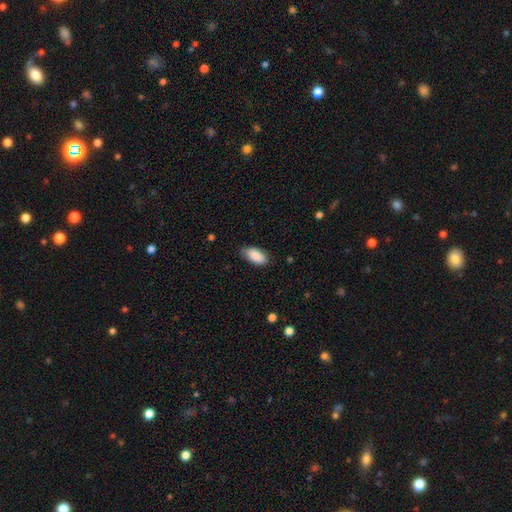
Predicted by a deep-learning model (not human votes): Smooth or featured: smooth — 88% (star or artifact — 6%)
How rounded: in between — 93% (cigar-shaped — 5%)
Merging: none — 81% (minor disturbance — 15%)